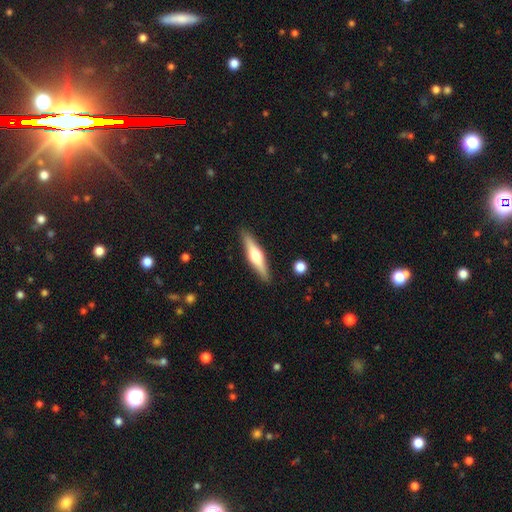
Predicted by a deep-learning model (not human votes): Q: Smooth or featured?
A: featured or disk (59%); runner-up: smooth (35%)
Q: Edge-on disk?
A: yes (96%); runner-up: no (4%)
Q: Edge-on bulge?
A: rounded (93%); runner-up: boxy (4%)
Q: Merging?
A: none (89%); runner-up: minor disturbance (8%)